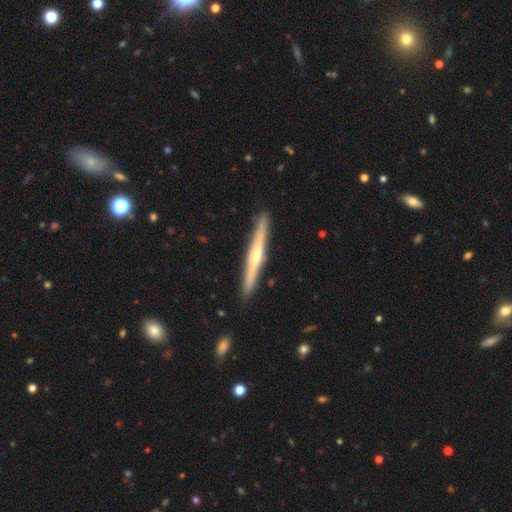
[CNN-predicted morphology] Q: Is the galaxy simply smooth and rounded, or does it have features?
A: featured or disk — 66%.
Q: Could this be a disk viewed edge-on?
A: yes — 97%.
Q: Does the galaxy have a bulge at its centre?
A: rounded — 75%.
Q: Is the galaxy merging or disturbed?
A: none — 91%.